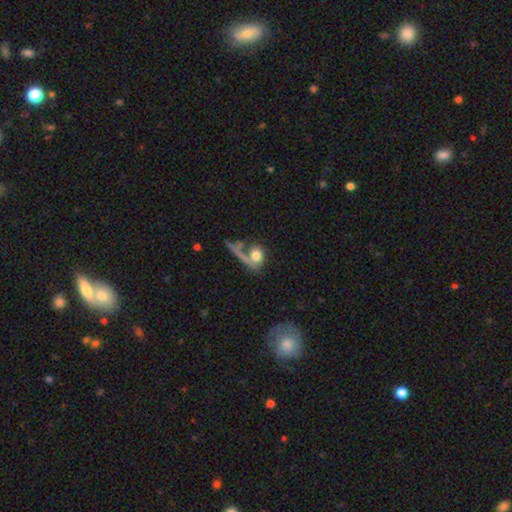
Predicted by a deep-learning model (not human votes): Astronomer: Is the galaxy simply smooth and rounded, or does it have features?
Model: smooth — 66%.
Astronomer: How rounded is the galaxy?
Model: round — 53% (runner-up: in between, 40%).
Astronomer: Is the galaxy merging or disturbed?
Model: none — 38% (runner-up: merger, 29%).